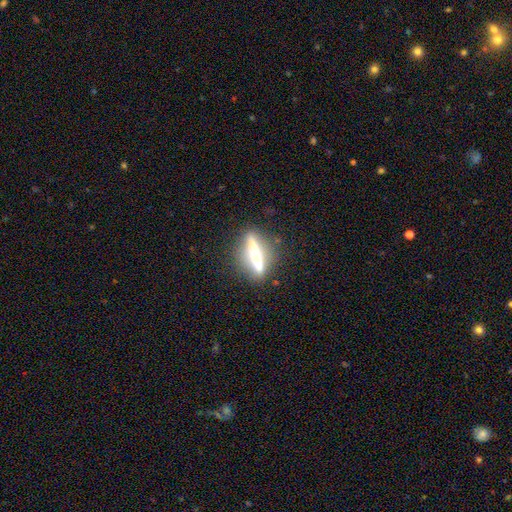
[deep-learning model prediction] Smooth or featured?
  - featured or disk: 58% *
  - smooth: 33%
  - star or artifact: 8%
Edge-on disk?
  - yes: 78% *
  - no: 22%
Merging?
  - none: 82% *
  - minor disturbance: 10%
  - major disturbance: 5%
  - merger: 2%